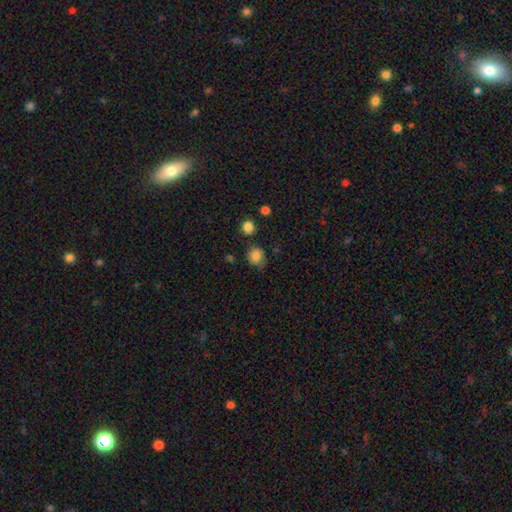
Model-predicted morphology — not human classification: Smooth or featured? Predicted: smooth (p=0.83). How rounded? Predicted: round (p=0.84). Merging? Predicted: none (p=0.70).